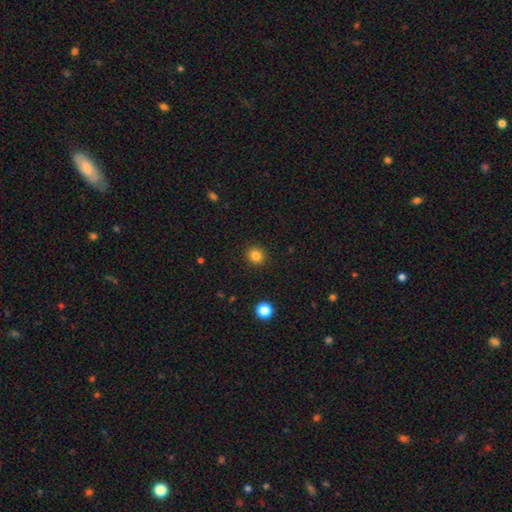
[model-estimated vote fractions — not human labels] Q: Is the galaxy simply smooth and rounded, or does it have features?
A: smooth — 83%.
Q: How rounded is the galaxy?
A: round — 88%.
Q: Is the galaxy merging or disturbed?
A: none — 91%.